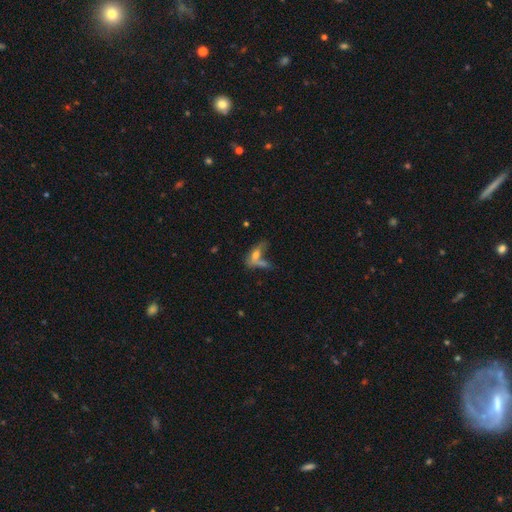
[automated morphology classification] Smooth or featured?
  - smooth: 42% *
  - featured or disk: 41%
  - star or artifact: 17%
Merging?
  - merger: 35% *
  - none: 32%
  - major disturbance: 19%
  - minor disturbance: 14%